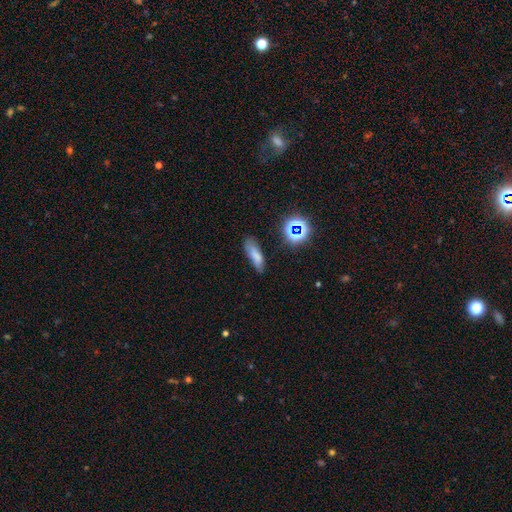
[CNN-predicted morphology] Smooth or featured?
  - smooth: 72% *
  - star or artifact: 16%
  - featured or disk: 12%
How rounded?
  - in between: 49% *
  - cigar-shaped: 47%
  - round: 4%
Merging?
  - none: 65% *
  - minor disturbance: 24%
  - major disturbance: 7%
  - merger: 4%